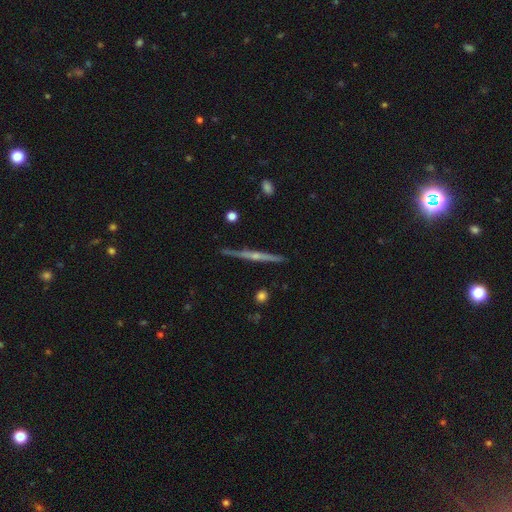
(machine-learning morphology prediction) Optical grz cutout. It shows a featured or disk galaxy (81%) viewed edge-on (98%) with a rounded central bulge (79%). Merging: none (90%).